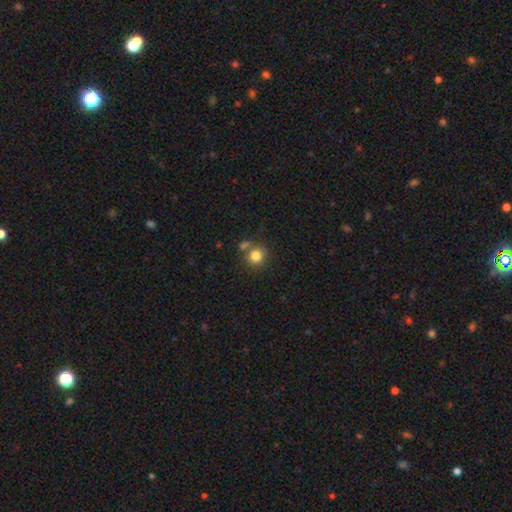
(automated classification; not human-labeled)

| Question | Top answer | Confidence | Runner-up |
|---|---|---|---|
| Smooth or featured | smooth | 82% | star or artifact (11%) |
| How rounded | round | 87% | in between (12%) |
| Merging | none | 67% | merger (19%) |